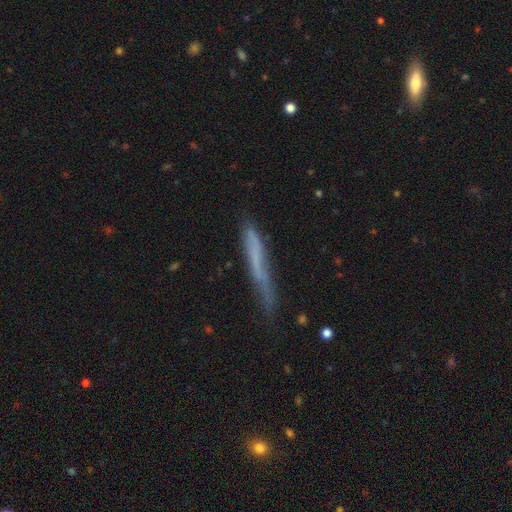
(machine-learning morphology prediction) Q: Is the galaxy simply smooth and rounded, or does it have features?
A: smooth — 54%.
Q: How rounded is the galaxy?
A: cigar-shaped — 95%.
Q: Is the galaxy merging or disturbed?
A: none — 62%.